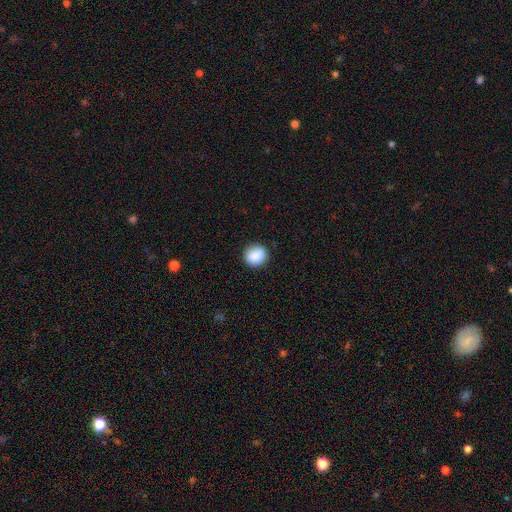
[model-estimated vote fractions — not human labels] Smooth or featured? Predicted: smooth (p=0.87). How rounded? Predicted: round (p=0.83). Merging? Predicted: none (p=0.87).